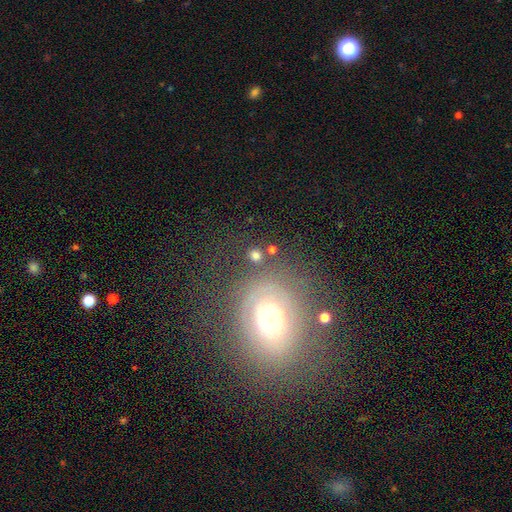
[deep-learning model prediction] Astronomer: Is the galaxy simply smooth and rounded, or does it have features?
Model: smooth — 69%.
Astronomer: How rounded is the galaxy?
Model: round — 87%.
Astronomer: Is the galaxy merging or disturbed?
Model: none — 80%.